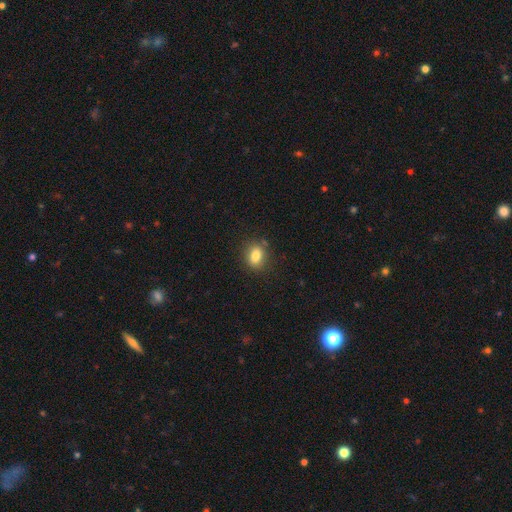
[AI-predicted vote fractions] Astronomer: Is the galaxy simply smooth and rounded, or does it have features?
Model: smooth — 83%.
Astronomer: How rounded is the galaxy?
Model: in between — 65%.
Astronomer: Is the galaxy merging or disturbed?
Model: none — 82%.